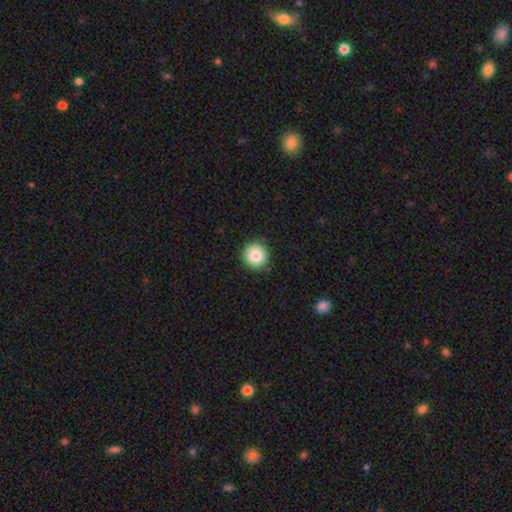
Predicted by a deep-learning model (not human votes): Smooth or featured? smooth (84%)
How rounded? round (94%)
Merging? none (91%)